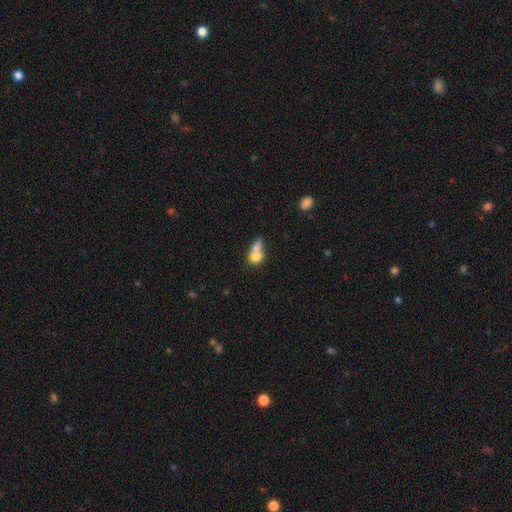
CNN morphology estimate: Smooth or featured? smooth (72%)
How rounded? round (53%)
Merging? merger (62%)